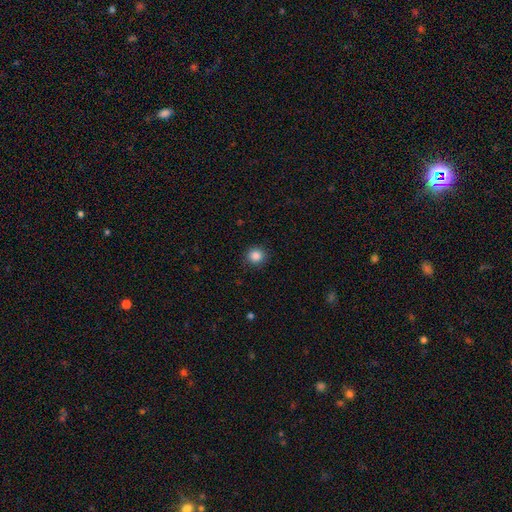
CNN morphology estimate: A smooth galaxy with no disk features (86%) that is round (91%). Merging: none (91%).